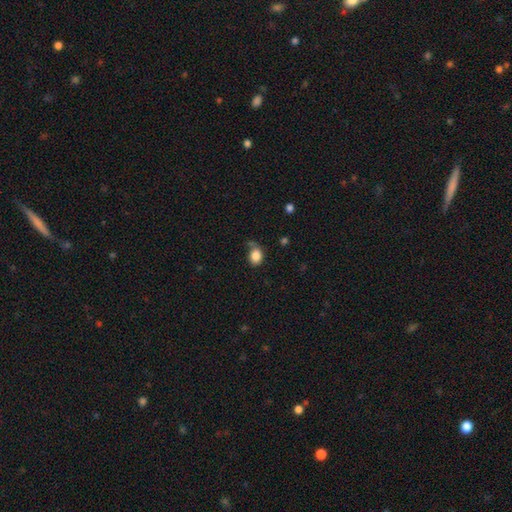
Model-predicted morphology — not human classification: Smooth or featured? smooth (84%)
How rounded? in between (59%)
Merging? none (57%)